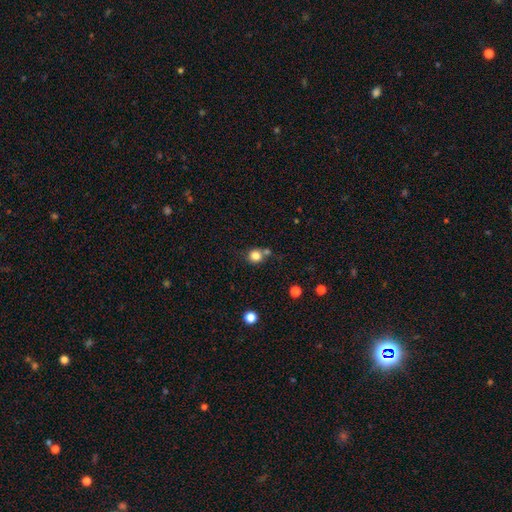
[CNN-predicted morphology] Q: Smooth or featured?
A: smooth (82%); runner-up: star or artifact (12%)
Q: How rounded?
A: round (88%); runner-up: in between (12%)
Q: Merging?
A: none (63%); runner-up: merger (21%)